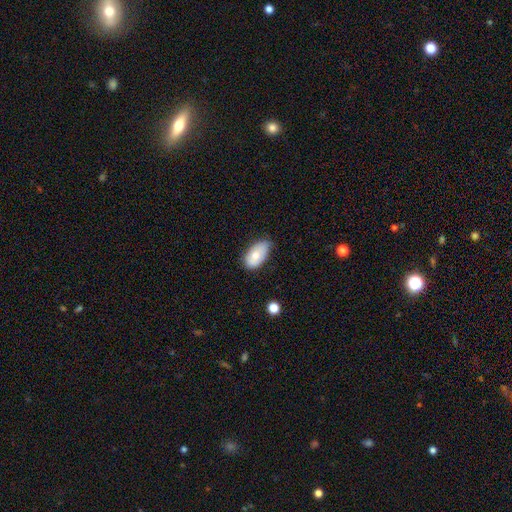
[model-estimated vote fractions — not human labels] A smooth galaxy with no disk features (71%) that is in between round and cigar-shaped (93%).

Vote fractions:
- Smooth or featured? smooth: 71% / featured or disk: 22% / star or artifact: 7%
- How rounded? in between: 93% / round: 5% / cigar-shaped: 2%
- Merging? none: 53% / minor disturbance: 39% / major disturbance: 7% / merger: 2%